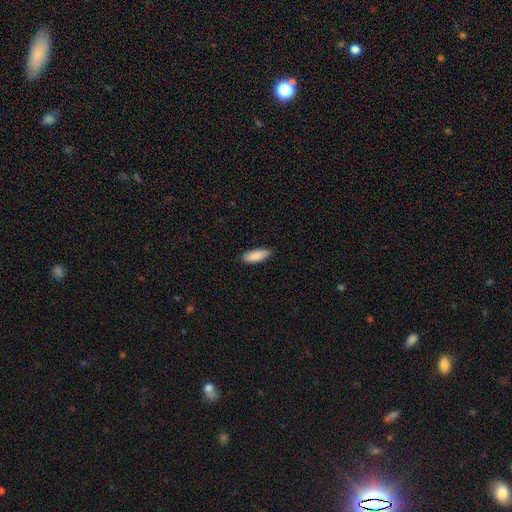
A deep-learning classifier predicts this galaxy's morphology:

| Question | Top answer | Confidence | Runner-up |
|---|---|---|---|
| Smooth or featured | smooth | 89% | star or artifact (6%) |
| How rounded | in between | 72% | cigar-shaped (26%) |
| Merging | none | 86% | minor disturbance (11%) |